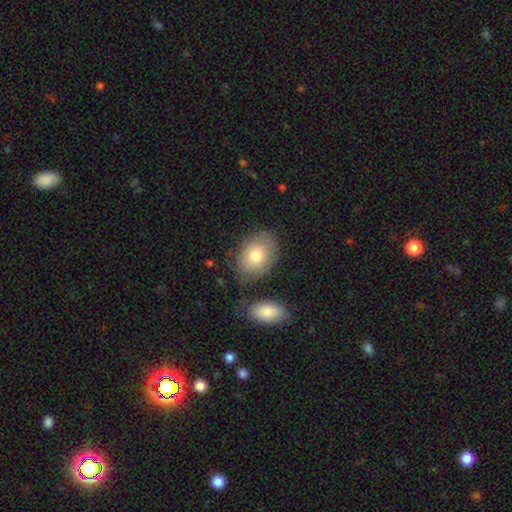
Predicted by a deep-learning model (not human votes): smooth_or_featured: smooth (p=0.78) [alt: featured or disk p=0.15]
how_rounded: in between (p=0.63) [alt: round p=0.36]
merging: none (p=0.69) [alt: minor disturbance p=0.16]